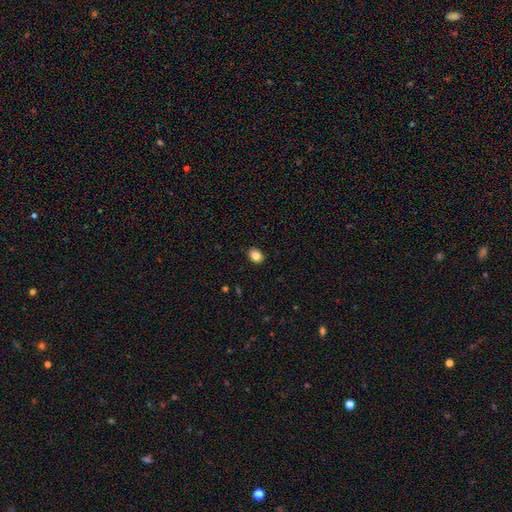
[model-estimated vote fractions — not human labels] Overall: smooth (85%). How rounded: in between (61%; round 38%). Merging: none (89%).